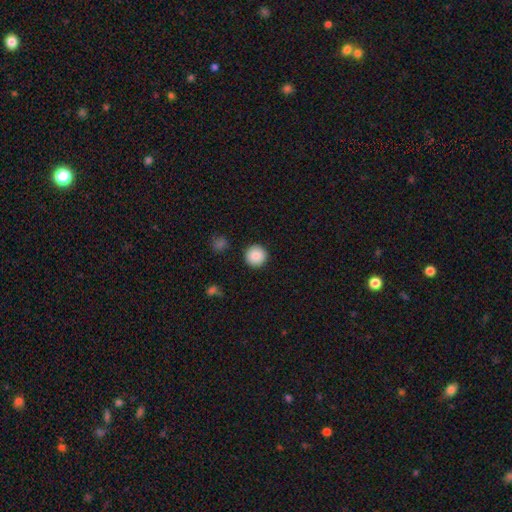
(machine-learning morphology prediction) The model was most divided on "smooth or featured": smooth: 88%, star or artifact: 8%, featured or disk: 4%. More confident: how rounded — round (96%); merging — none (92%).